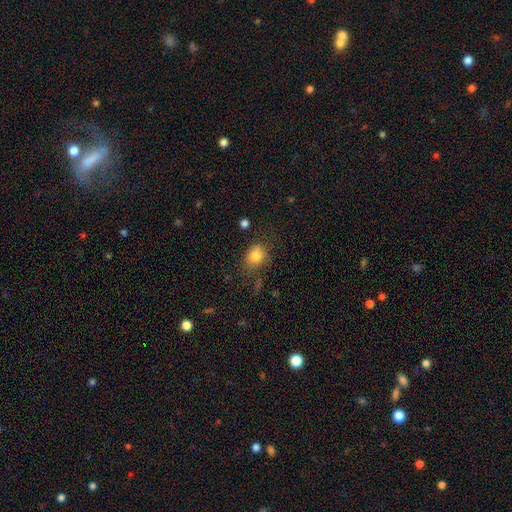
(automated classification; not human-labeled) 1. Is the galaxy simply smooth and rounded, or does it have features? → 82% smooth, 10% star or artifact, 8% featured or disk.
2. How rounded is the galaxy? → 53% round, 46% in between, 1% cigar-shaped.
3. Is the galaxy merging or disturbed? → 60% none, 25% minor disturbance, 11% major disturbance, 4% merger.